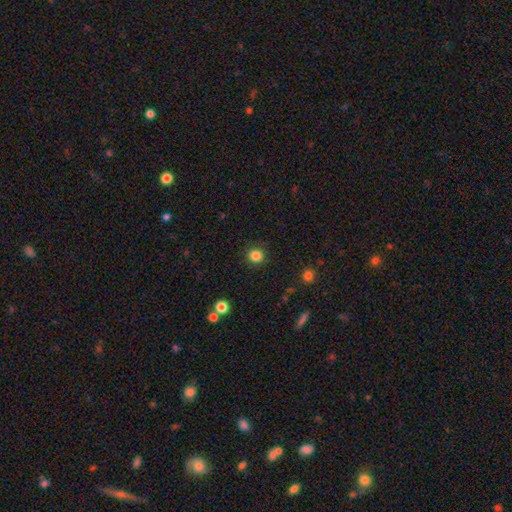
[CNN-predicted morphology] A smooth galaxy with no disk features (84%) that is round (90%). Merging: none (90%).